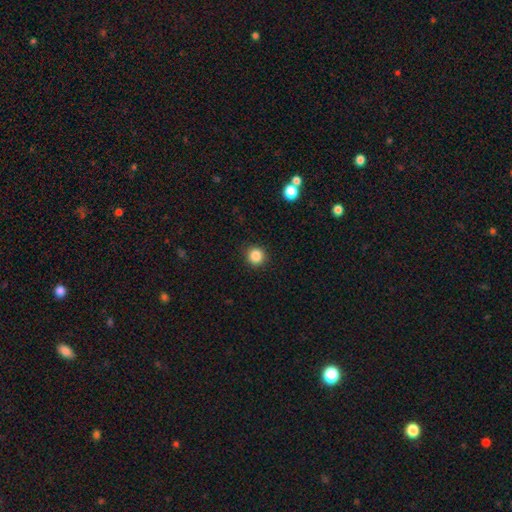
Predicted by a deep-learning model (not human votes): The model was most divided on "smooth or featured": smooth: 86%, star or artifact: 11%, featured or disk: 3%. More confident: how rounded — round (94%); merging — none (92%).